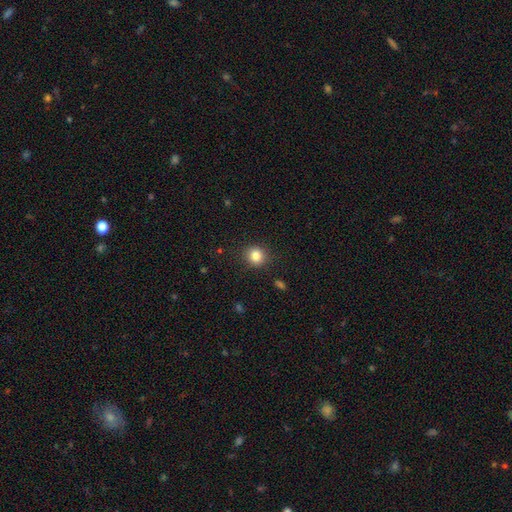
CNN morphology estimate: A smooth galaxy with no disk features (83%) that is round (87%). Merging: none (89%).